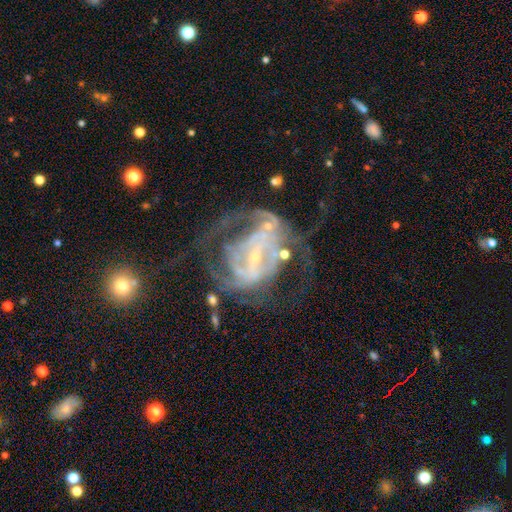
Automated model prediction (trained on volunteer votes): Q: Smooth or featured?
A: featured or disk (82%); runner-up: star or artifact (9%)
Q: Edge-on disk?
A: no (96%); runner-up: yes (4%)
Q: Bar?
A: strong (37%); runner-up: weak (35%)
Q: Spiral arms?
A: yes (78%); runner-up: no (22%)
Q: Spiral winding?
A: medium (42%); runner-up: tight (35%)
Q: Spiral arm count?
A: 2 (37%); runner-up: can't tell (35%)
Q: Bulge size?
A: small (76%); runner-up: moderate (16%)
Q: Merging?
A: major disturbance (40%); runner-up: none (35%)